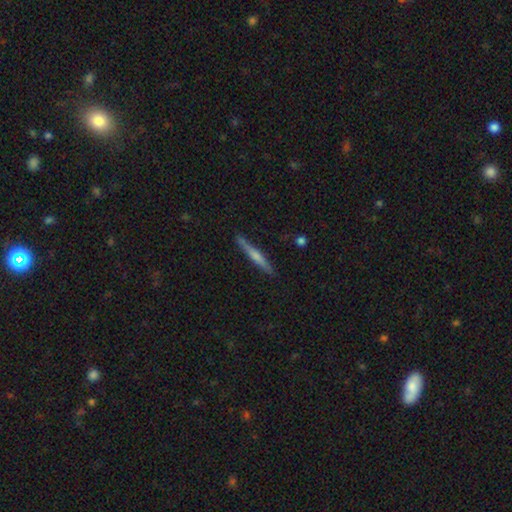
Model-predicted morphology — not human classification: This appears to be a featured or disk galaxy (59%) viewed edge-on (98%) with a rounded central bulge (60%). Merging: none (89%).